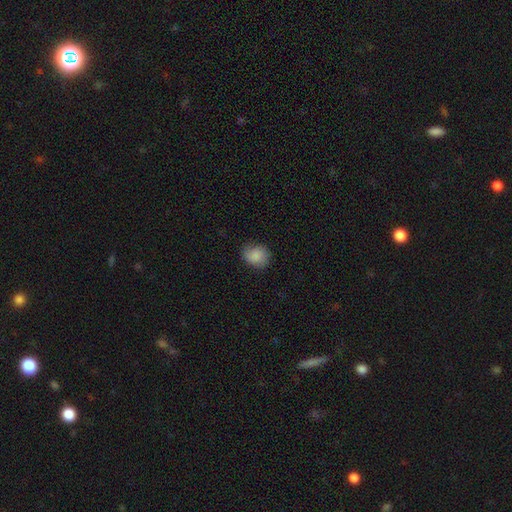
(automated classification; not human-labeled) Smooth or featured? smooth (81%)
How rounded? round (66%)
Merging? none (69%)